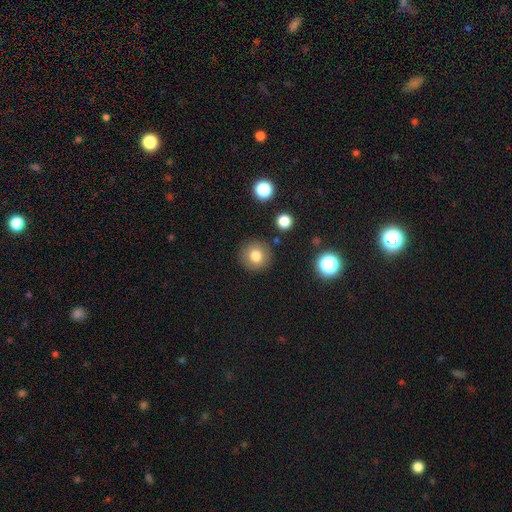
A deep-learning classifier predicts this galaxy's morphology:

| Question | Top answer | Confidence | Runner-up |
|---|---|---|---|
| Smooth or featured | smooth | 78% | star or artifact (11%) |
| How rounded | round | 93% | in between (6%) |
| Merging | none | 88% | minor disturbance (7%) |